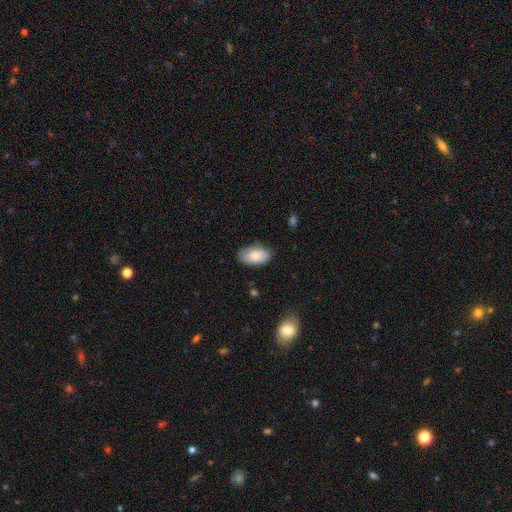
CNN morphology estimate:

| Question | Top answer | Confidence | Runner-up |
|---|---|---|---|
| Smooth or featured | smooth | 86% | featured or disk (8%) |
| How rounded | in between | 95% | round (4%) |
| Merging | none | 78% | minor disturbance (18%) |